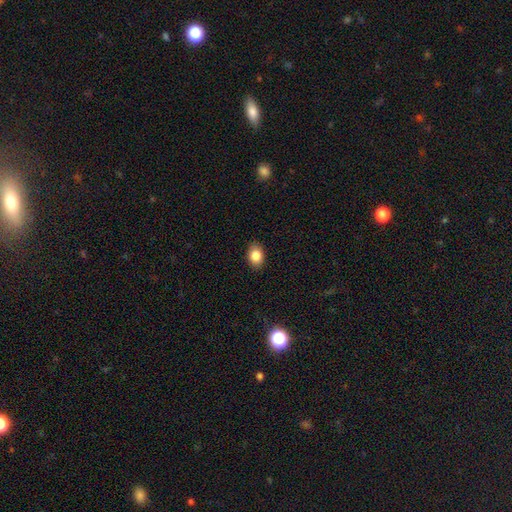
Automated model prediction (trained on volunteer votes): Smooth or featured?
  - smooth: 85% *
  - star or artifact: 9%
  - featured or disk: 6%
How rounded?
  - in between: 68% *
  - round: 30%
  - cigar-shaped: 1%
Merging?
  - none: 87% *
  - minor disturbance: 9%
  - major disturbance: 2%
  - merger: 1%